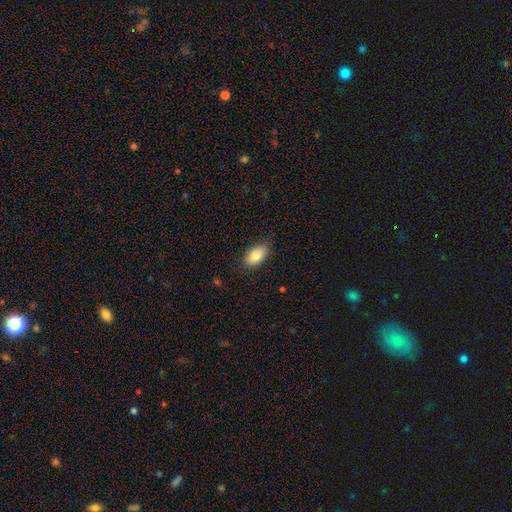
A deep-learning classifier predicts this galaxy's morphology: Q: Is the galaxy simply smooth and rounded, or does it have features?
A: smooth — 85%.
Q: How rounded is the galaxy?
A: in between — 92%.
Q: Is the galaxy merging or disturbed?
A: none — 81%.